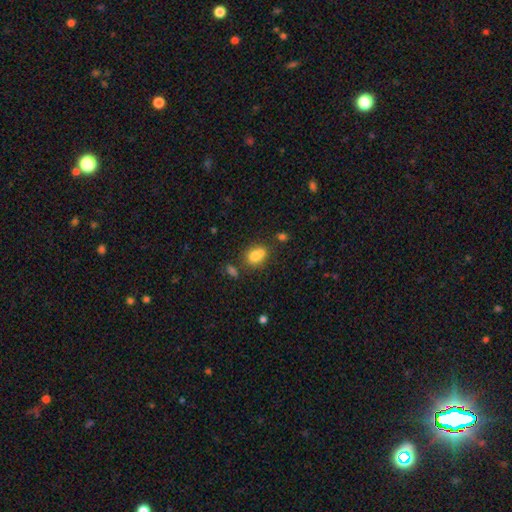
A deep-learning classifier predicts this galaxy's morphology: This is likely a smooth galaxy (77%). How rounded: likely in between (61%). Merging: possibly none (46%).